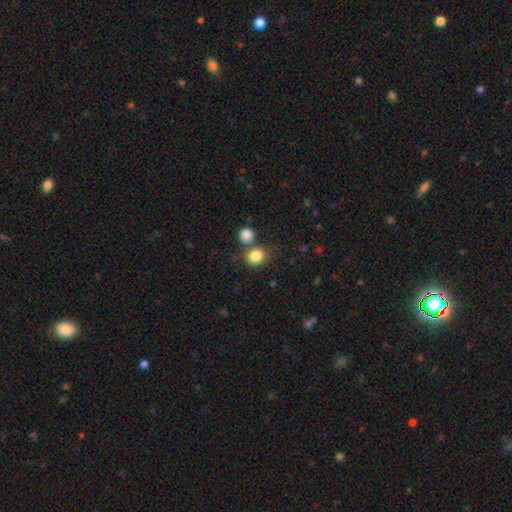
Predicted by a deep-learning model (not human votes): Smooth or featured: smooth — 84% (star or artifact — 10%)
How rounded: round — 74% (in between — 25%)
Merging: none — 64% (merger — 22%)